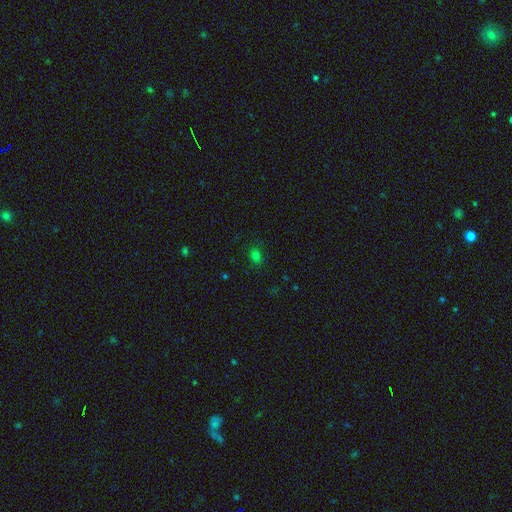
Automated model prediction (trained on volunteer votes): Morphology: type=smooth (75%); roundness=in between (53%); merging=none (83%).